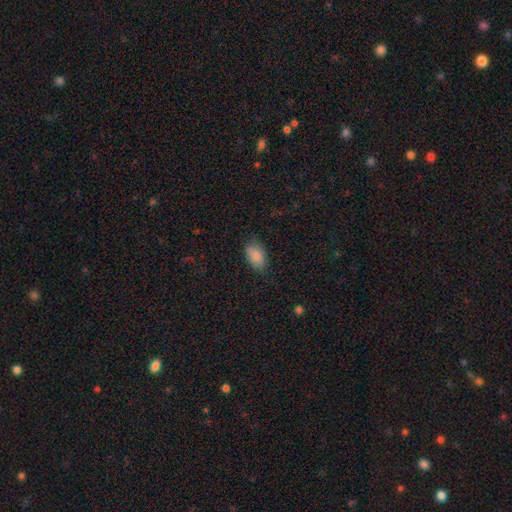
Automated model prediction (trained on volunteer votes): smooth-or-featured: smooth: 86% | star or artifact: 7% | featured or disk: 6%
  how-rounded: in between: 92% | round: 5% | cigar-shaped: 3%
  merging: none: 77% | minor disturbance: 18% | major disturbance: 4% | merger: 1%